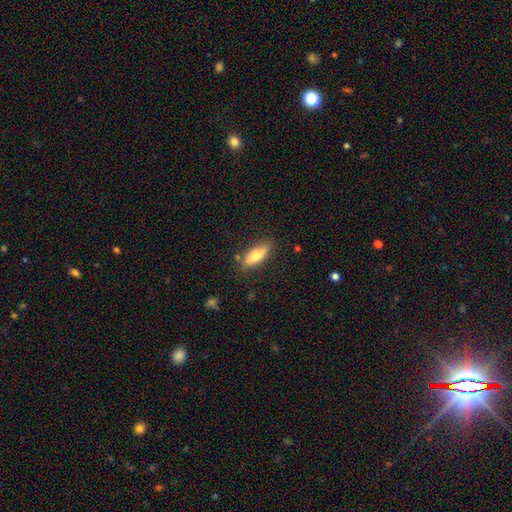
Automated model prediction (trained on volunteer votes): The model was most divided on "how rounded": in between: 63%, cigar-shaped: 35%, round: 2%. More confident: merging — none (82%); smooth or featured — smooth (70%).